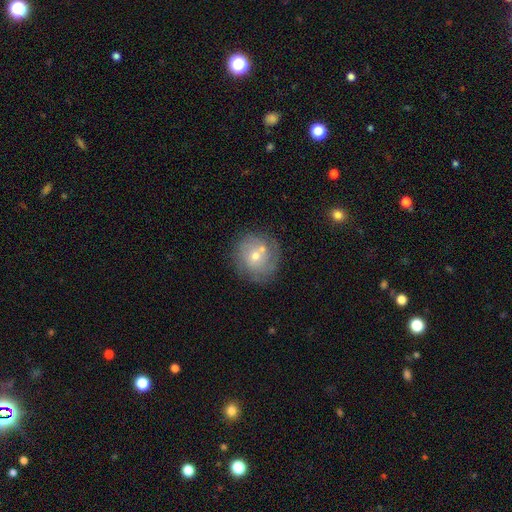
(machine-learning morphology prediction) Overall: featured or disk (48%; smooth 41%). Merging: none (65%).